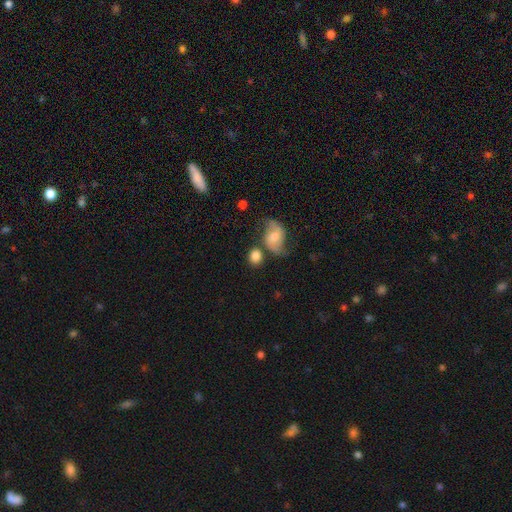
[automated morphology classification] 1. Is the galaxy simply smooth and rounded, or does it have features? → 79% smooth, 13% featured or disk, 8% star or artifact.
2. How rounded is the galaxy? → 61% round, 37% in between, 2% cigar-shaped.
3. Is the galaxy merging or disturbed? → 61% none, 17% merger, 16% minor disturbance, 6% major disturbance.